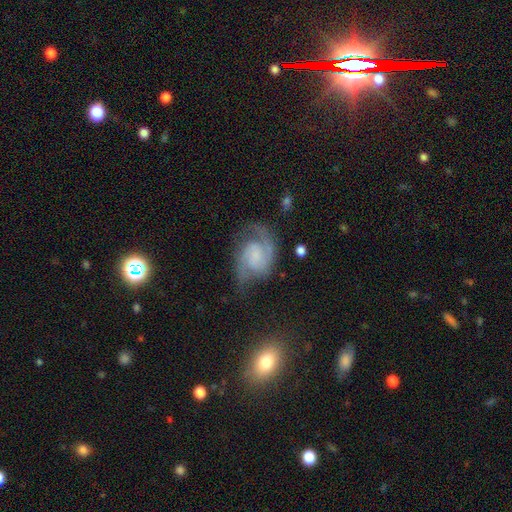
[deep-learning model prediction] A featured or disk galaxy (85%) with no bar (51%), 2 (88%) medium (54%) spiral arms (97%) and no central bulge (40%). Merging: none (67%).